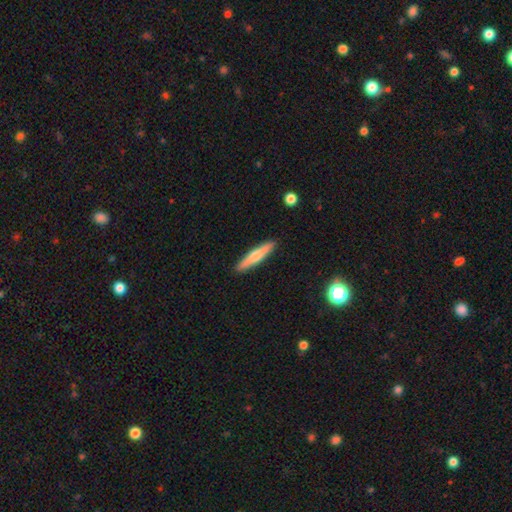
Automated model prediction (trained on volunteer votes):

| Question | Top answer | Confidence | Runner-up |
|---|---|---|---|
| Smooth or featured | smooth | 56% | featured or disk (39%) |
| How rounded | cigar-shaped | 90% | in between (9%) |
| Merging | none | 91% | minor disturbance (6%) |